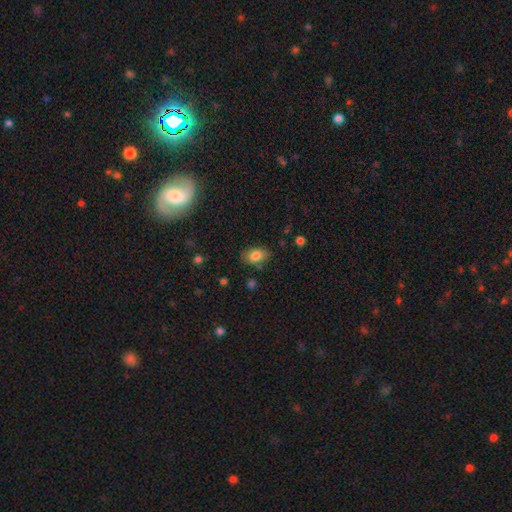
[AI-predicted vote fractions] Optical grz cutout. It shows a smooth galaxy with no disk features (83%) that is in between round and cigar-shaped (86%). Merging: none (79%).